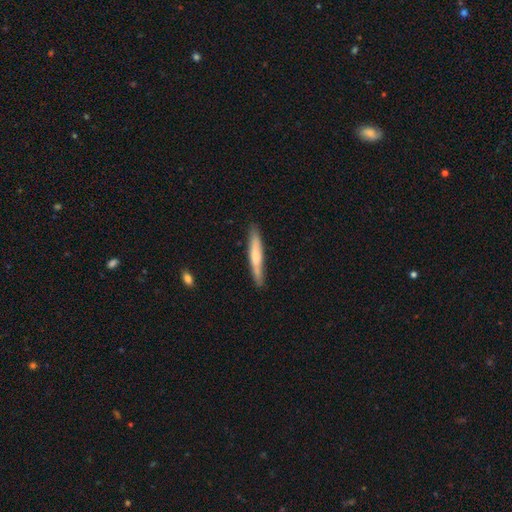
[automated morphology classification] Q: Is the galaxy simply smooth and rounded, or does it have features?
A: smooth — 60%.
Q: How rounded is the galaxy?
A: cigar-shaped — 94%.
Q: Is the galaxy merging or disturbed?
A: none — 84%.